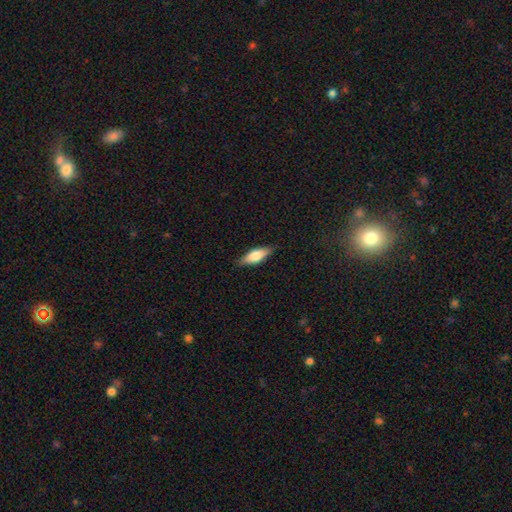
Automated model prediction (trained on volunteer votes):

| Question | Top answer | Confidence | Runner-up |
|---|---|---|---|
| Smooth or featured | smooth | 65% | featured or disk (29%) |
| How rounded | in between | 60% | cigar-shaped (37%) |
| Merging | none | 86% | minor disturbance (11%) |